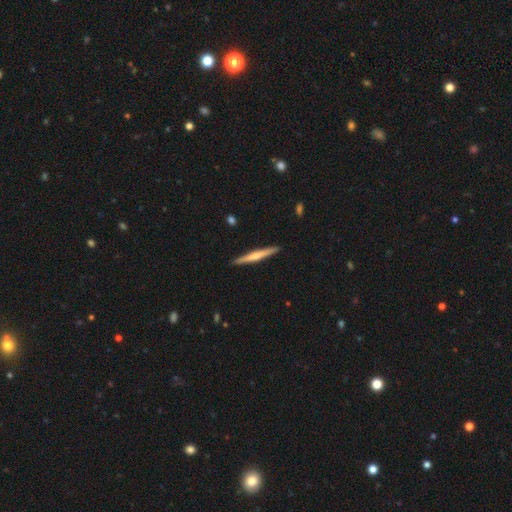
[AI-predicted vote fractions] Smooth or featured? featured or disk (52%)
Edge-on disk? yes (98%)
Edge-on bulge? rounded (53%)
Merging? none (91%)